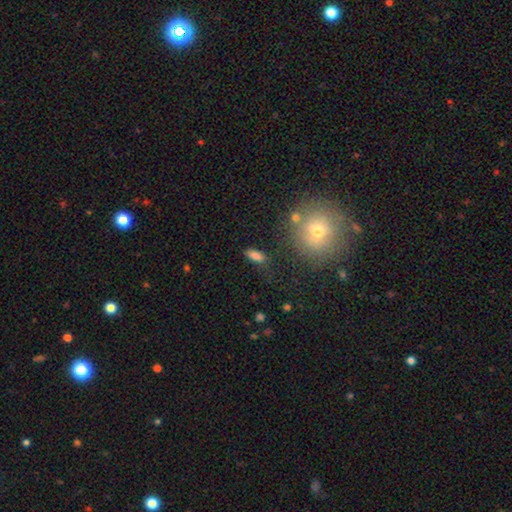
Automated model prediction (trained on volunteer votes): This is clearly a smooth galaxy (83%). How rounded: likely in between (77%). Merging: likely none (78%).